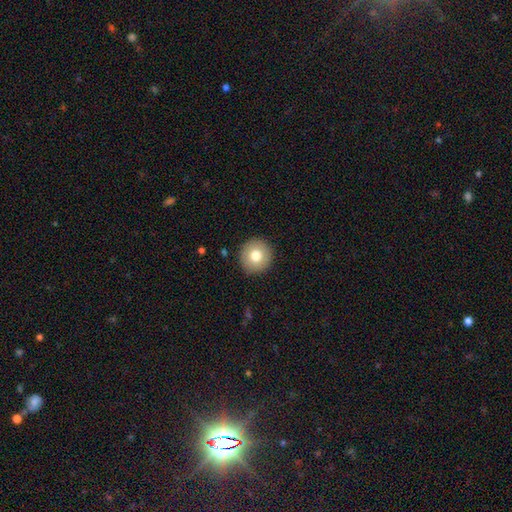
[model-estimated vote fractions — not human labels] A smooth galaxy with no disk features (76%) that is round (95%).

Vote fractions:
- Smooth or featured? smooth: 76% / featured or disk: 15% / star or artifact: 9%
- How rounded? round: 95% / in between: 4% / cigar-shaped: 1%
- Merging? none: 91% / minor disturbance: 6% / major disturbance: 2% / merger: 1%